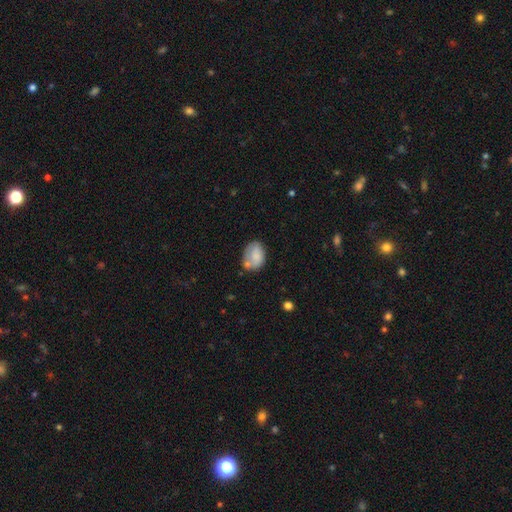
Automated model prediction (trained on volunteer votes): A smooth galaxy with no disk features (74%) that is in between round and cigar-shaped (76%).

Vote fractions:
- Smooth or featured? smooth: 74% / featured or disk: 18% / star or artifact: 8%
- How rounded? in between: 76% / round: 23% / cigar-shaped: 1%
- Merging? none: 50% / minor disturbance: 27% / merger: 13% / major disturbance: 10%